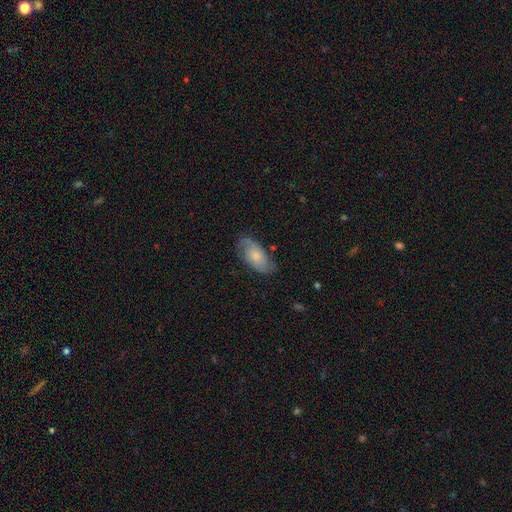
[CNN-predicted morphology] Smooth or featured: smooth — 48% (featured or disk — 45%)
Merging: none — 71% (minor disturbance — 22%)